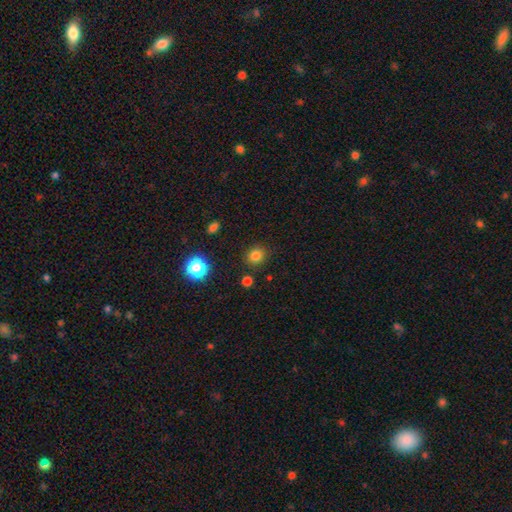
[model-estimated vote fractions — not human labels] This is clearly a smooth galaxy (81%). How rounded: clearly round (81%). Merging: clearly none (86%).